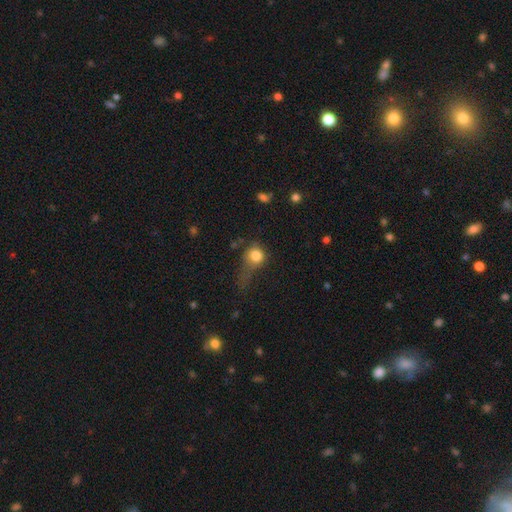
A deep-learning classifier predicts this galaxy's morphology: smooth 80%, star or artifact 11%, featured or disk 10%. Down the decision tree: how rounded — round (79%); merging — major disturbance (38%).